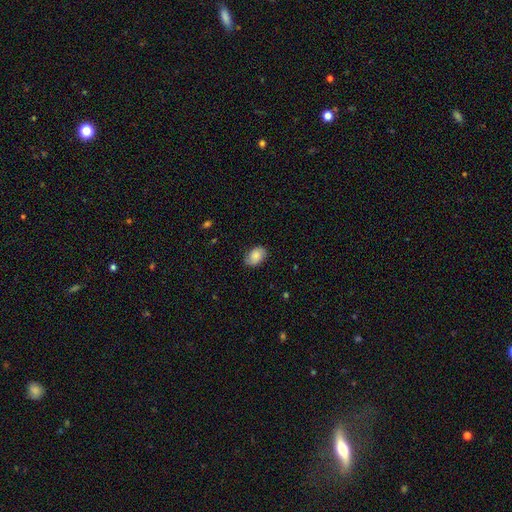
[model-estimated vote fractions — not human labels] Smooth or featured?
  - smooth: 75% *
  - featured or disk: 17%
  - star or artifact: 8%
How rounded?
  - in between: 82% *
  - round: 17%
  - cigar-shaped: 1%
Merging?
  - none: 77% *
  - minor disturbance: 18%
  - major disturbance: 4%
  - merger: 1%